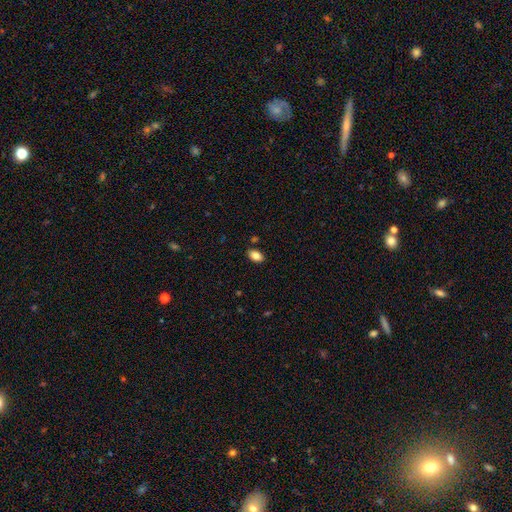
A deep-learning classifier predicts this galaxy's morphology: Smooth or featured?
  - smooth: 84% *
  - star or artifact: 8%
  - featured or disk: 7%
How rounded?
  - in between: 90% *
  - round: 9%
  - cigar-shaped: 2%
Merging?
  - none: 86% *
  - minor disturbance: 9%
  - merger: 3%
  - major disturbance: 2%